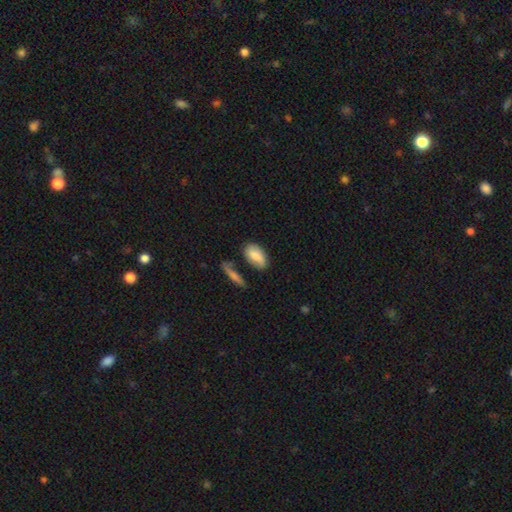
A smooth galaxy with no disk features (82%) that is in between round and cigar-shaped (88%).

Vote fractions:
- Smooth or featured? smooth: 82% / featured or disk: 13% / star or artifact: 5%
- How rounded? in between: 88% / cigar-shaped: 12% / round: 0%
- Merging? none: 57% / minor disturbance: 24% / merger: 11% / major disturbance: 8%